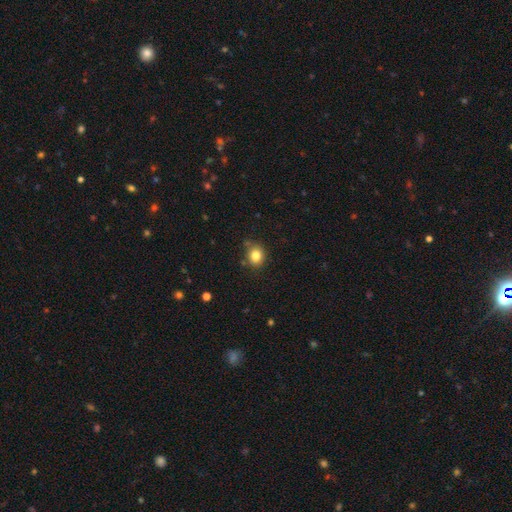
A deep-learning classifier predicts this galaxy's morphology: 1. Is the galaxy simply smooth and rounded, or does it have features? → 83% smooth, 11% star or artifact, 6% featured or disk.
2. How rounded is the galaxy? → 70% round, 30% in between, 1% cigar-shaped.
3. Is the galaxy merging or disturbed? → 81% none, 13% minor disturbance, 3% merger, 3% major disturbance.